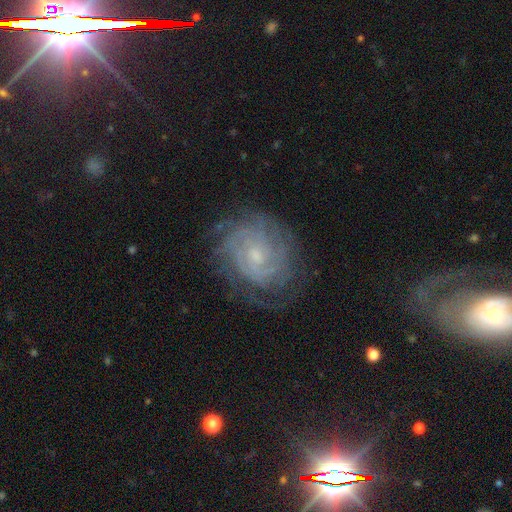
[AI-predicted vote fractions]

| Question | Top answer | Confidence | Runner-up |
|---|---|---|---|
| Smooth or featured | featured or disk | 79% | smooth (12%) |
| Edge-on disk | no | 97% | yes (3%) |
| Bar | no | 67% | weak (28%) |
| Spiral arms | yes | 93% | no (7%) |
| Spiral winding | tight | 72% | medium (22%) |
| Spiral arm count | can't tell | 47% | 2 (15%) |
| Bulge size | small | 61% | moderate (32%) |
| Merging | none | 72% | minor disturbance (18%) |